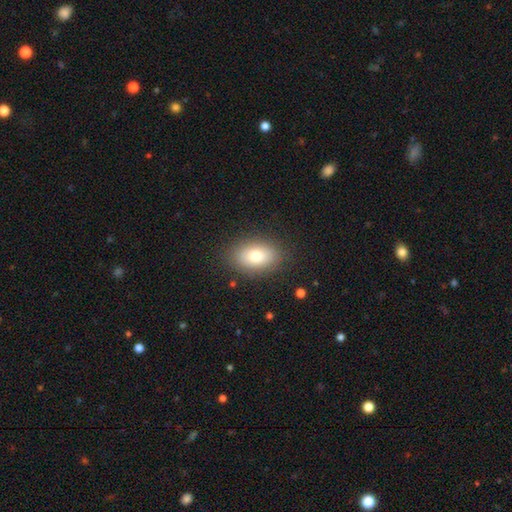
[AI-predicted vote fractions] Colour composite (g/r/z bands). It shows a smooth galaxy with no disk features (77%) that is in between round and cigar-shaped (85%). Merging: none (87%).